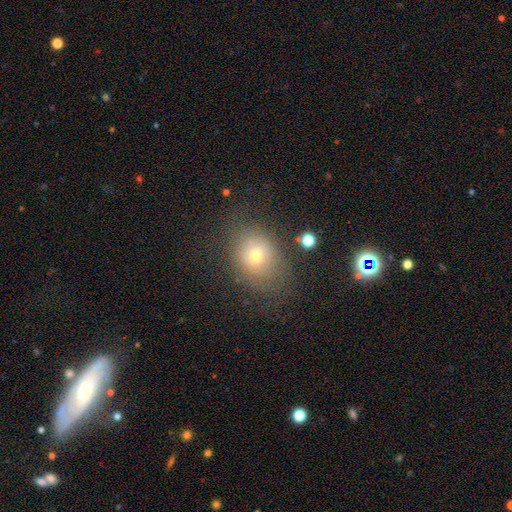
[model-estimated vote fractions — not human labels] The model was most divided on "how rounded": in between: 50%, round: 49%, cigar-shaped: 1%. More confident: merging — none (66%); smooth or featured — smooth (64%).